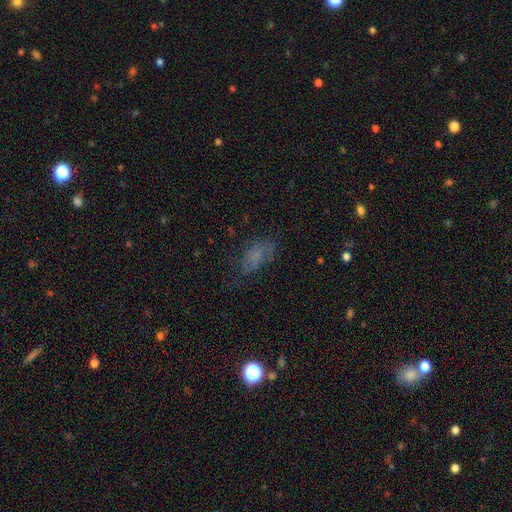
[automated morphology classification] smooth_or_featured: smooth (p=0.60) [alt: featured or disk p=0.23]
how_rounded: in between (p=0.85) [alt: cigar-shaped p=0.08]
merging: none (p=0.53) [alt: minor disturbance p=0.25]